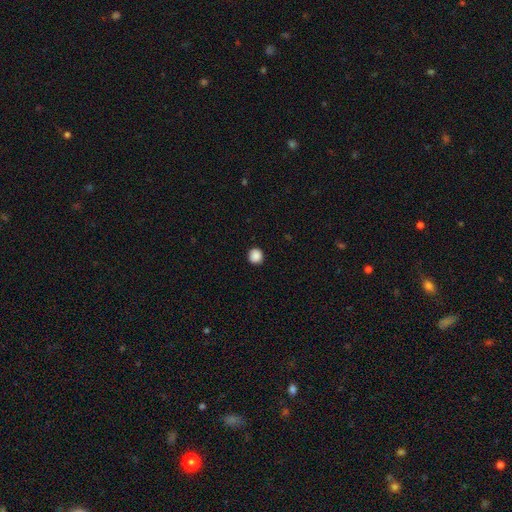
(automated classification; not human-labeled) Morphology: type=smooth (88%); roundness=round (91%); merging=none (92%).